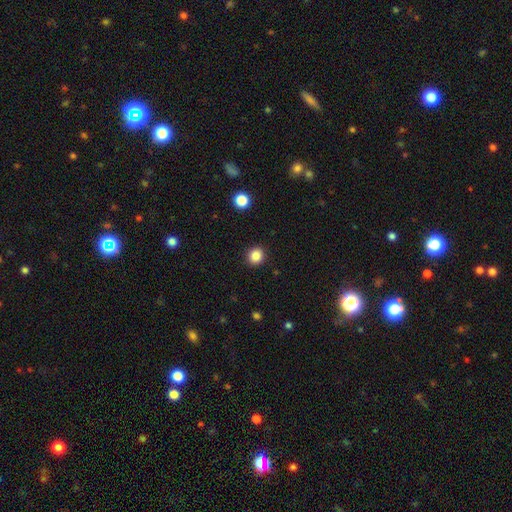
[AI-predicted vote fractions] Smooth or featured?
  - smooth: 86% *
  - star or artifact: 11%
  - featured or disk: 3%
How rounded?
  - round: 84% *
  - in between: 15%
  - cigar-shaped: 1%
Merging?
  - none: 91% *
  - minor disturbance: 6%
  - major disturbance: 2%
  - merger: 1%